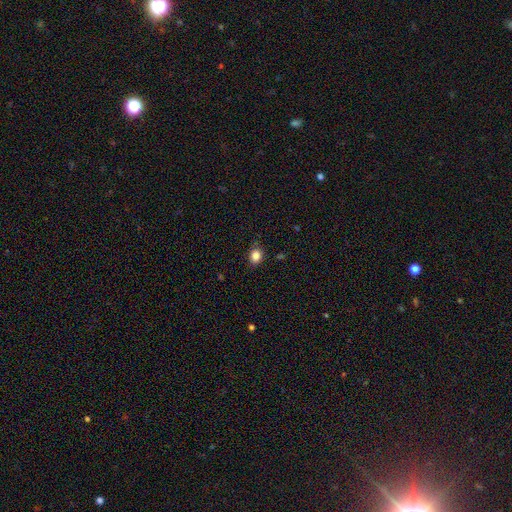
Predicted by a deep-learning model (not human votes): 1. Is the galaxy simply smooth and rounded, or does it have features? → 85% smooth, 10% star or artifact, 5% featured or disk.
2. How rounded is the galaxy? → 55% in between, 44% round, 1% cigar-shaped.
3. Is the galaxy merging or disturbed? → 81% none, 14% minor disturbance, 3% major disturbance, 1% merger.